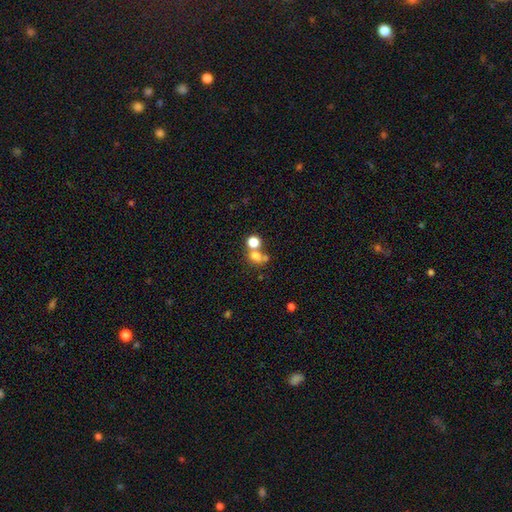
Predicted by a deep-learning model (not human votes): Smooth or featured? smooth (69%)
How rounded? round (62%)
Merging? merger (42%, tied with none)